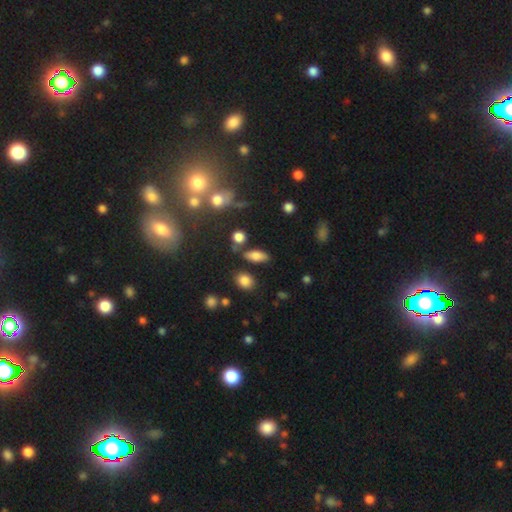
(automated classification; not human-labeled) smooth 77%, featured or disk 12%, star or artifact 11%. Down the decision tree: how rounded — in between (76%); merging — none (78%).